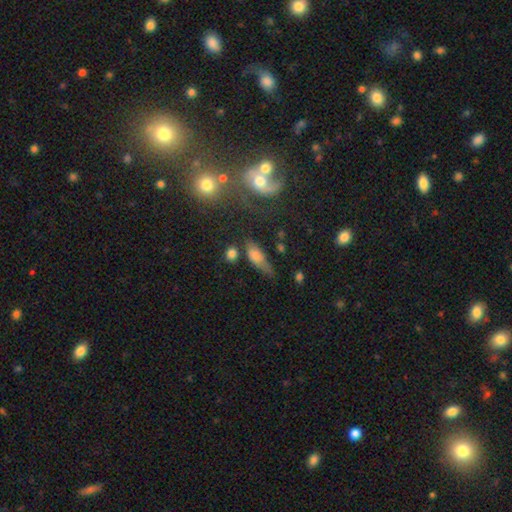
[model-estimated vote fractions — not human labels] A smooth galaxy with no disk features (72%) that is in between round and cigar-shaped (65%). Merging: none (42%).